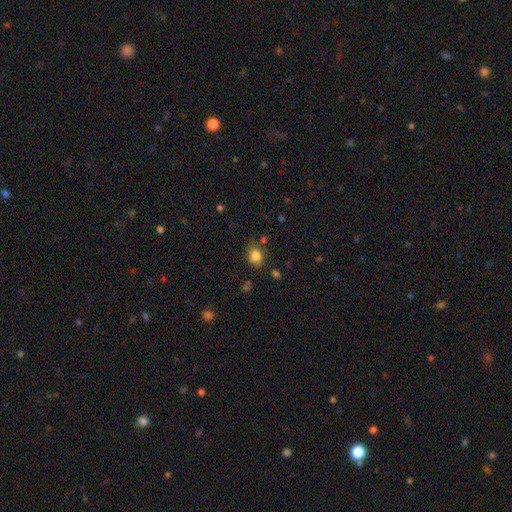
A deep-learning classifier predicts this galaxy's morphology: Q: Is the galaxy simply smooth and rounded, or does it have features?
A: smooth — 82%.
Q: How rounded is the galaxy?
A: round — 50%.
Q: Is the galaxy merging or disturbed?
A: none — 68%.